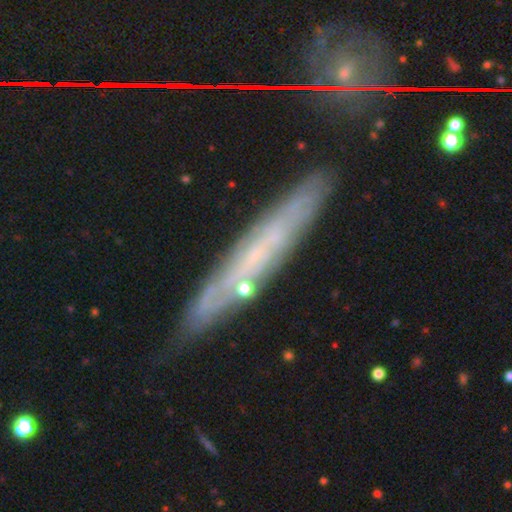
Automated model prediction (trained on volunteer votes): The model was most divided on "smooth or featured": featured or disk: 61%, smooth: 28%, star or artifact: 11%. More confident: merging — none (81%); edge-on disk — yes (73%).